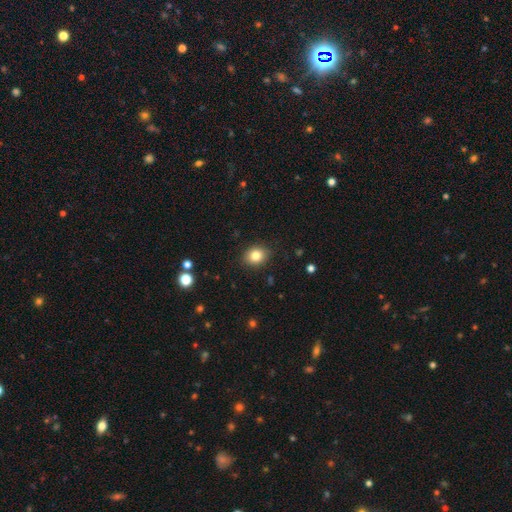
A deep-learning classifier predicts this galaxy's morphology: smooth-or-featured: smooth: 83% | star or artifact: 10% | featured or disk: 7%
  how-rounded: round: 58% | in between: 42% | cigar-shaped: 1%
  merging: none: 88% | minor disturbance: 9% | major disturbance: 2% | merger: 1%